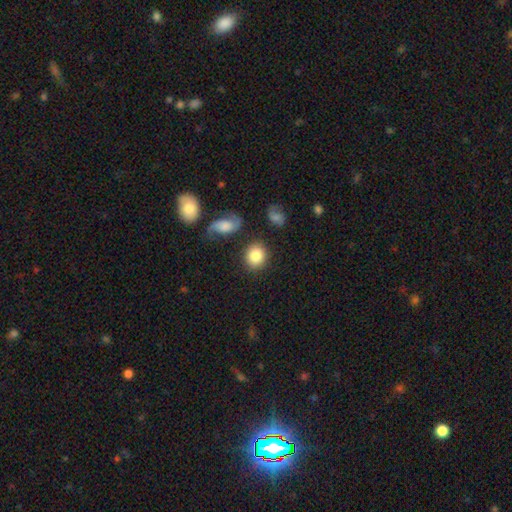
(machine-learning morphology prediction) Smooth or featured: smooth — 84% (featured or disk — 8%)
How rounded: round — 73% (in between — 25%)
Merging: none — 82% (minor disturbance — 10%)